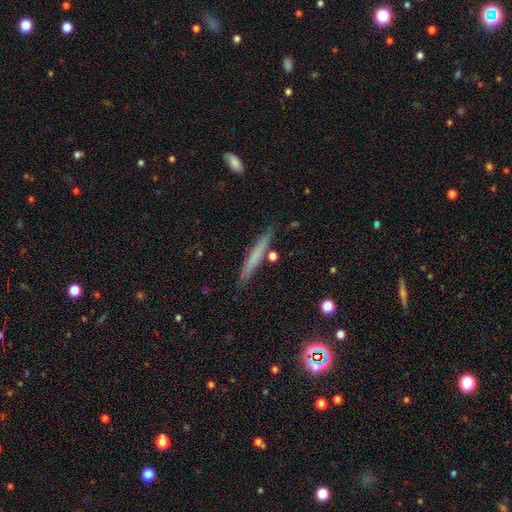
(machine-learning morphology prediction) The model was most divided on "smooth or featured": smooth: 59%, featured or disk: 33%, star or artifact: 8%. More confident: how rounded — cigar-shaped (96%); merging — none (86%).